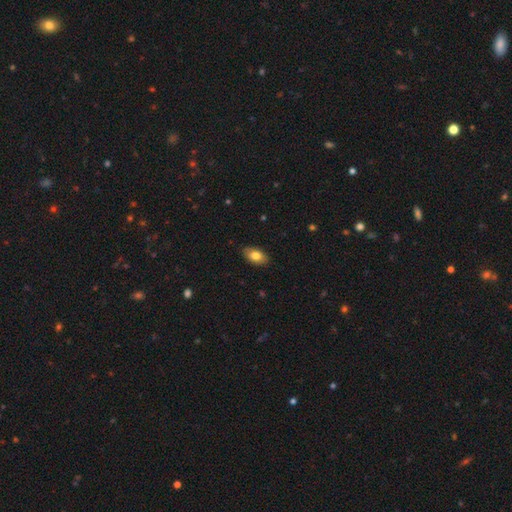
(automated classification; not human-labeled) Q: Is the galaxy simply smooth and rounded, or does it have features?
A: smooth — 80%.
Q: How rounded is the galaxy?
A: in between — 92%.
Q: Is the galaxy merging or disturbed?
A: none — 87%.